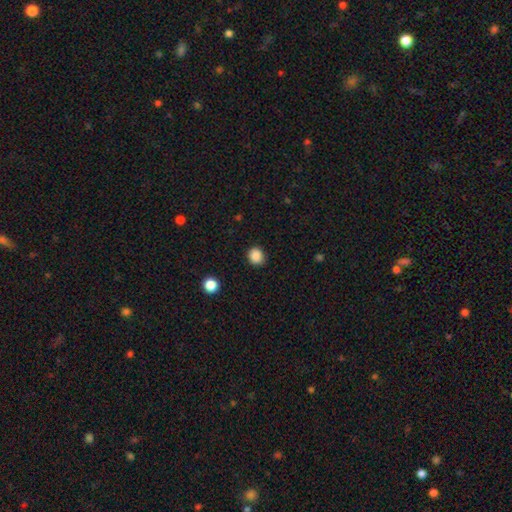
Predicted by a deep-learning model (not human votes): Smooth or featured?
  - smooth: 87% *
  - star or artifact: 10%
  - featured or disk: 3%
How rounded?
  - round: 78% *
  - in between: 21%
  - cigar-shaped: 1%
Merging?
  - none: 87% *
  - minor disturbance: 9%
  - major disturbance: 3%
  - merger: 1%